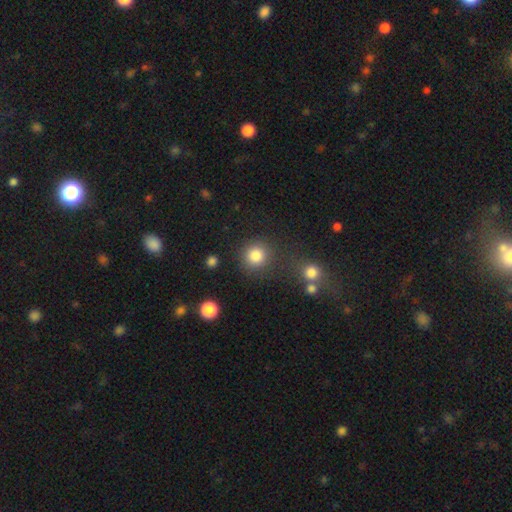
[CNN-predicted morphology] A smooth galaxy with no disk features (84%) that is round (92%).

Vote fractions:
- Smooth or featured? smooth: 84% / star or artifact: 11% / featured or disk: 5%
- How rounded? round: 92% / in between: 7% / cigar-shaped: 1%
- Merging? none: 80% / minor disturbance: 9% / merger: 7% / major disturbance: 4%